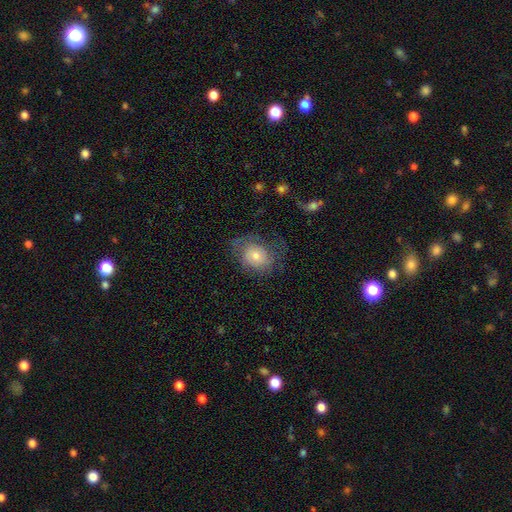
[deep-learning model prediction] Smooth or featured? smooth (48%)
Merging? none (54%)